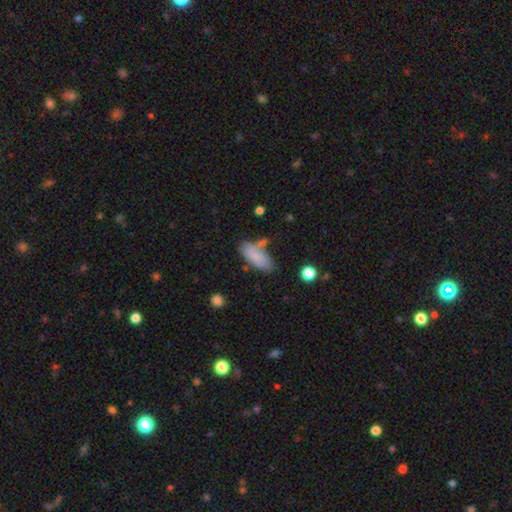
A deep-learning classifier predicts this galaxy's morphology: smooth_or_featured: smooth (p=0.82) [alt: featured or disk p=0.11]
how_rounded: in between (p=0.84) [alt: cigar-shaped p=0.14]
merging: none (p=0.59) [alt: minor disturbance p=0.23]